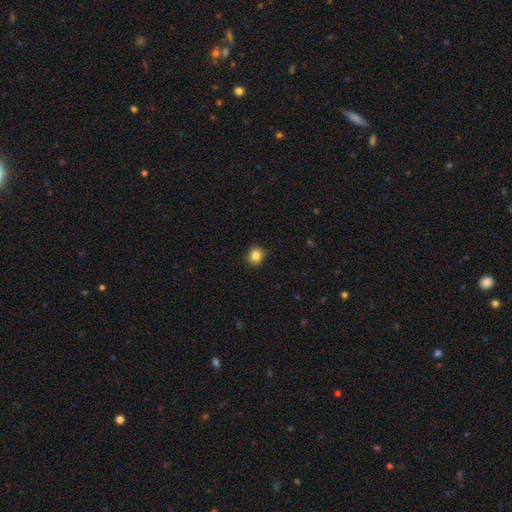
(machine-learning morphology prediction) A smooth galaxy with no disk features (84%) that is round (85%).

Vote fractions:
- Smooth or featured? smooth: 84% / star or artifact: 10% / featured or disk: 5%
- How rounded? round: 85% / in between: 14% / cigar-shaped: 1%
- Merging? none: 90% / minor disturbance: 7% / major disturbance: 2% / merger: 1%